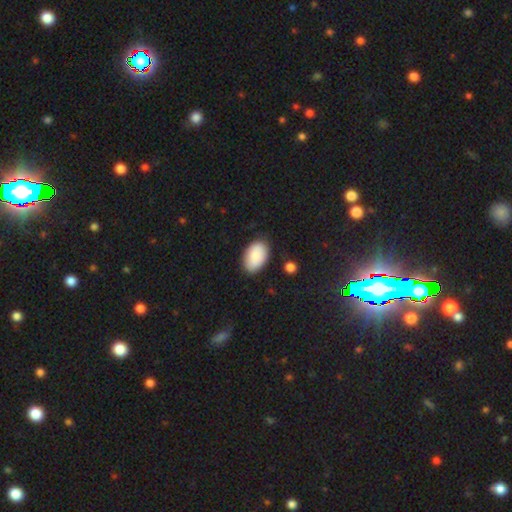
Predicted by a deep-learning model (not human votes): Smooth or featured? smooth (88%)
How rounded? in between (92%)
Merging? none (84%)